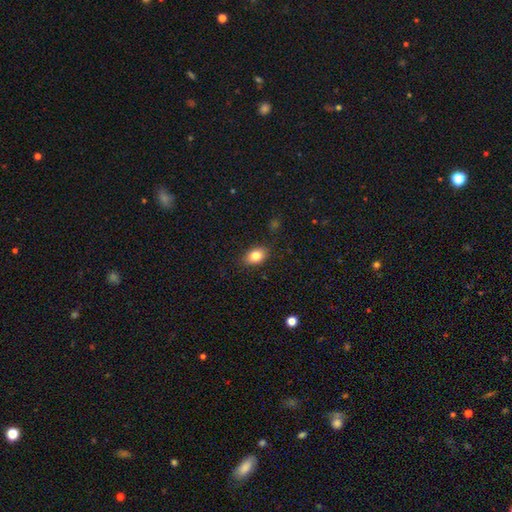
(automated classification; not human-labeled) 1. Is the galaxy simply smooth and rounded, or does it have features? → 82% smooth, 9% featured or disk, 9% star or artifact.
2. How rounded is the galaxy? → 80% in between, 18% round, 2% cigar-shaped.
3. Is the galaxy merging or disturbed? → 85% none, 11% minor disturbance, 3% major disturbance, 1% merger.